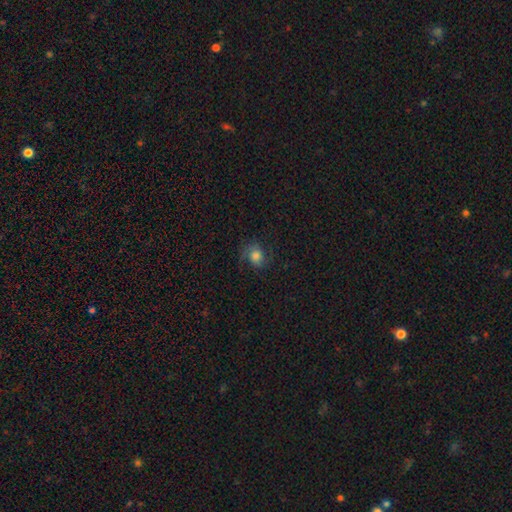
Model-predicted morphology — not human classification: Overall: featured or disk (47%; smooth 42%). Merging: none (66%).